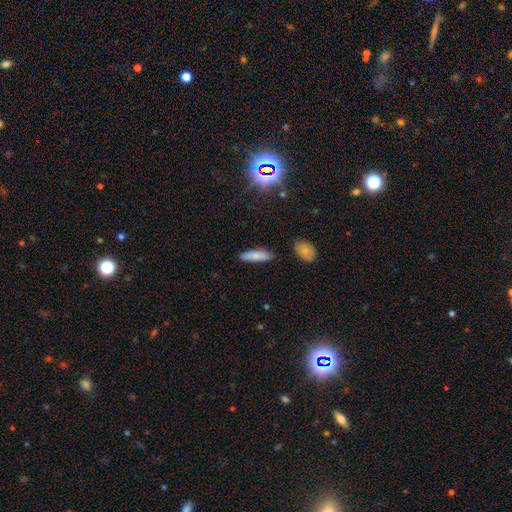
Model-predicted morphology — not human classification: A smooth galaxy with no disk features (81%) that is cigar-shaped (64%). Merging: none (84%).